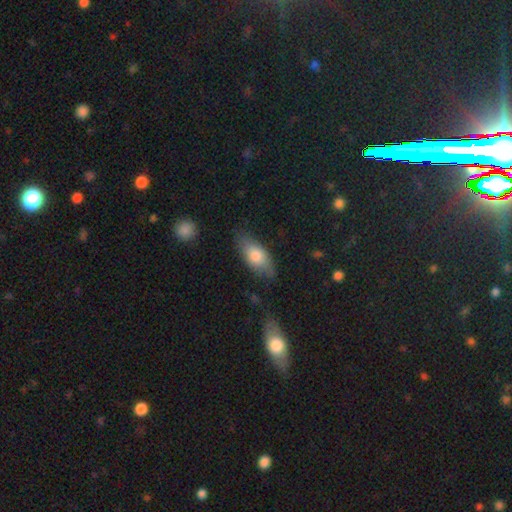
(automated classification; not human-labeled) smooth-or-featured: smooth: 76% | featured or disk: 17% | star or artifact: 6%
  how-rounded: in between: 85% | cigar-shaped: 11% | round: 4%
  merging: none: 73% | minor disturbance: 20% | major disturbance: 5% | merger: 2%